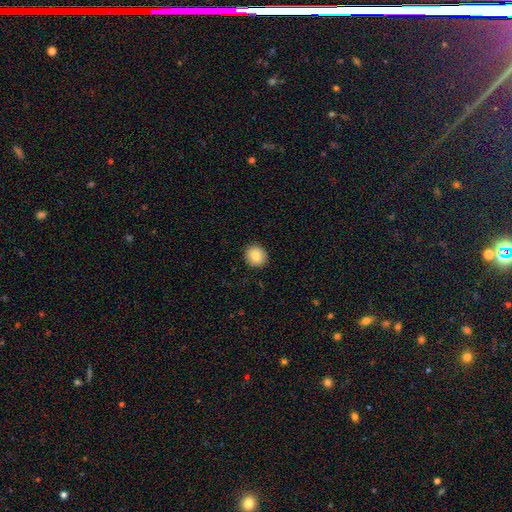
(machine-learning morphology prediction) Smooth or featured?
  - smooth: 85% *
  - star or artifact: 8%
  - featured or disk: 7%
How rounded?
  - round: 87% *
  - in between: 13%
  - cigar-shaped: 1%
Merging?
  - none: 91% *
  - minor disturbance: 6%
  - major disturbance: 2%
  - merger: 1%